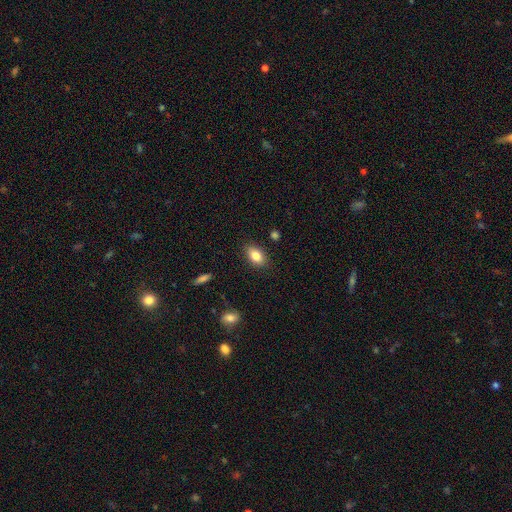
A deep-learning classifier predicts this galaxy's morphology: This is clearly a smooth galaxy (83%). How rounded: clearly in between (87%). Merging: clearly none (85%).